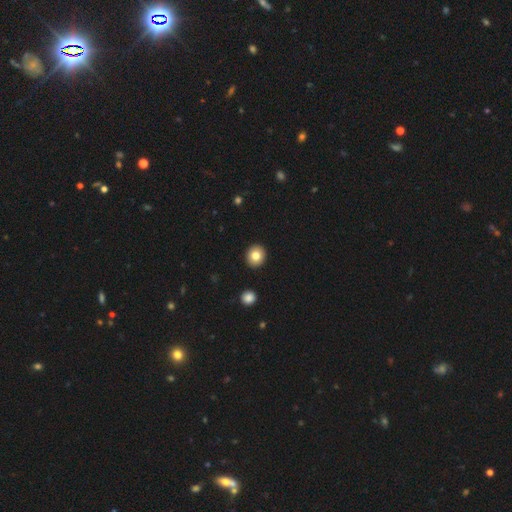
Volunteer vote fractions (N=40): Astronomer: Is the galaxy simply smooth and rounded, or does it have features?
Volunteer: smooth — 78%.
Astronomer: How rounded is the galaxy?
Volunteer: round — 90%.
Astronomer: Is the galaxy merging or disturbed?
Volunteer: none — 89%.